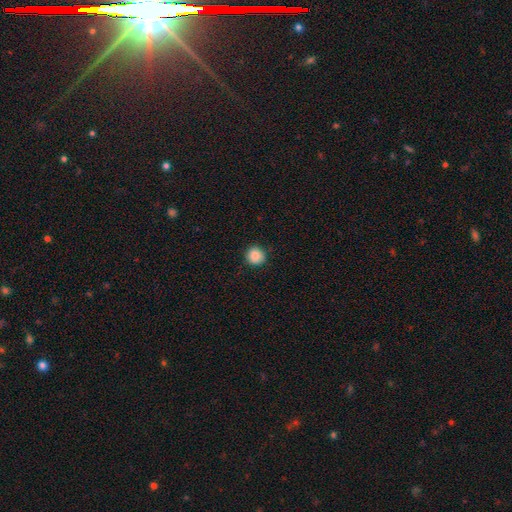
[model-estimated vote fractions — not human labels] Smooth or featured? Predicted: smooth (p=0.88). How rounded? Predicted: round (p=0.91). Merging? Predicted: none (p=0.89).